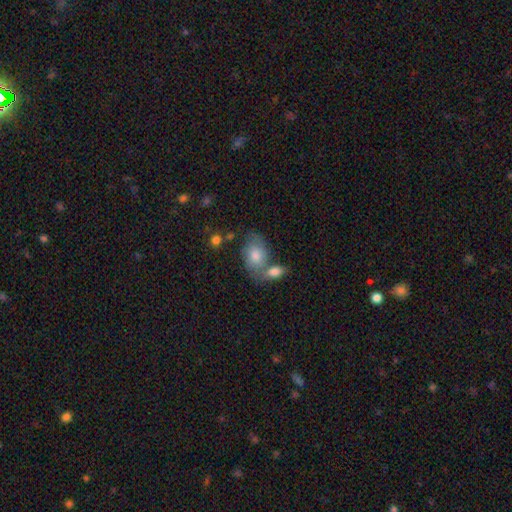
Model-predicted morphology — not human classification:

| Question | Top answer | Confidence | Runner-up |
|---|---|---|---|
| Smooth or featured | smooth | 57% | featured or disk (33%) |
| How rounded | in between | 78% | round (20%) |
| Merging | none | 42% | merger (35%) |